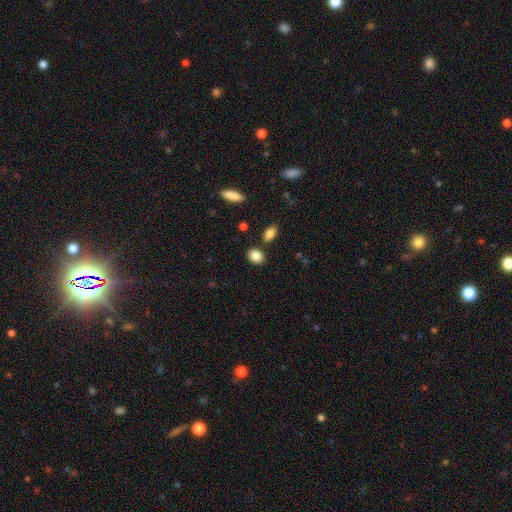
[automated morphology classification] Smooth or featured? smooth (86%)
How rounded? in between (56%)
Merging? none (80%)